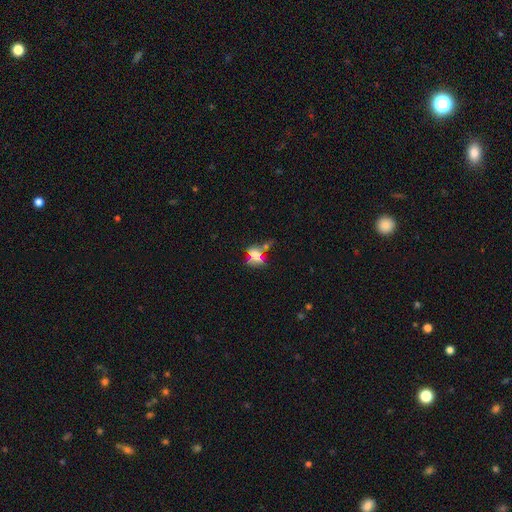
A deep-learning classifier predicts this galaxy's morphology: Smooth or featured?
  - smooth: 48% *
  - featured or disk: 36%
  - star or artifact: 17%
Merging?
  - none: 45% *
  - merger: 23%
  - minor disturbance: 17%
  - major disturbance: 15%